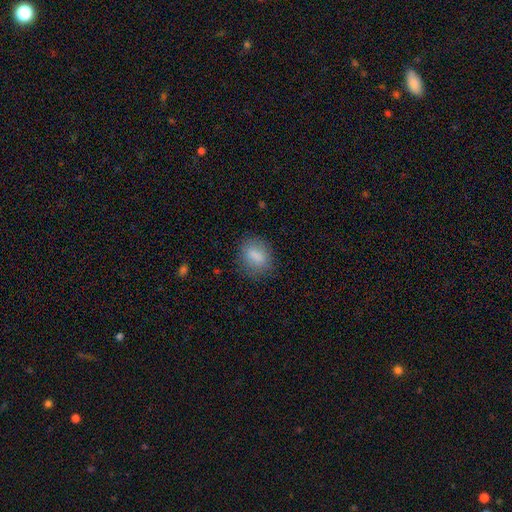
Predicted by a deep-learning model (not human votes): The model was most divided on "how rounded": in between: 56%, round: 41%, cigar-shaped: 3%. More confident: smooth or featured — smooth (81%); merging — none (77%).